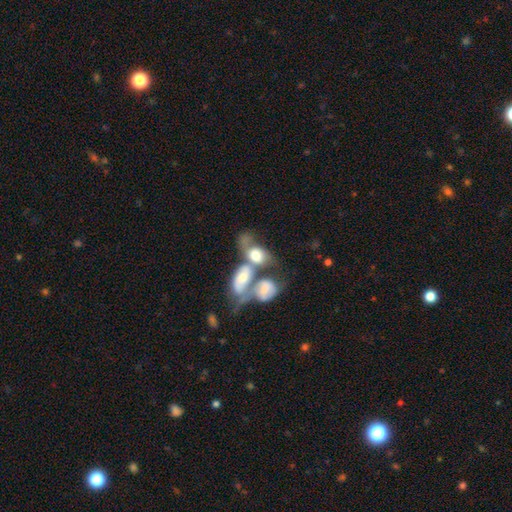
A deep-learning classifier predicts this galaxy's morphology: Smooth or featured? smooth (51%)
How rounded? in between (77%)
Merging? merger (68%)